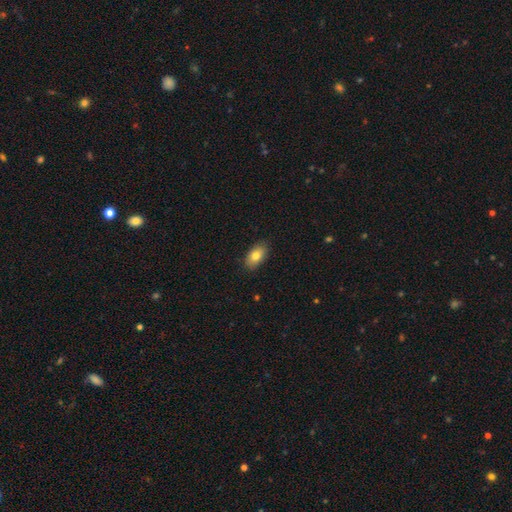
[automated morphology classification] type=smooth (80%); roundness=in between (91%); merging=none (87%).